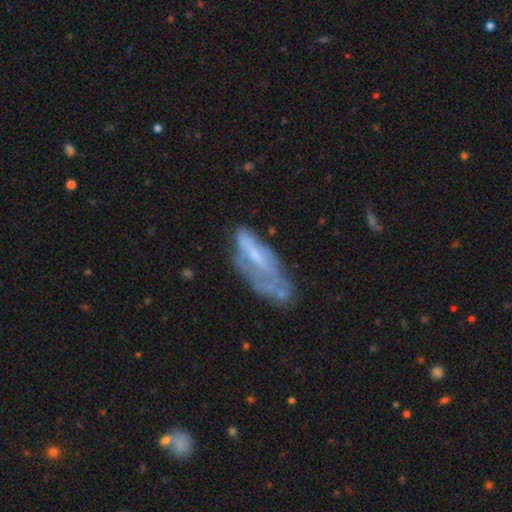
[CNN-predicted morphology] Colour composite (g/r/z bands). It shows a featured or disk galaxy (58%). Merging: none (38%).